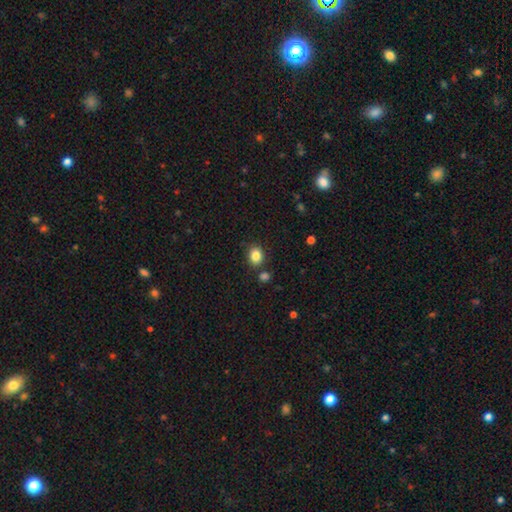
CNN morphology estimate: smooth 84%, star or artifact 10%, featured or disk 5%. Down the decision tree: how rounded — round (55%); merging — none (79%).